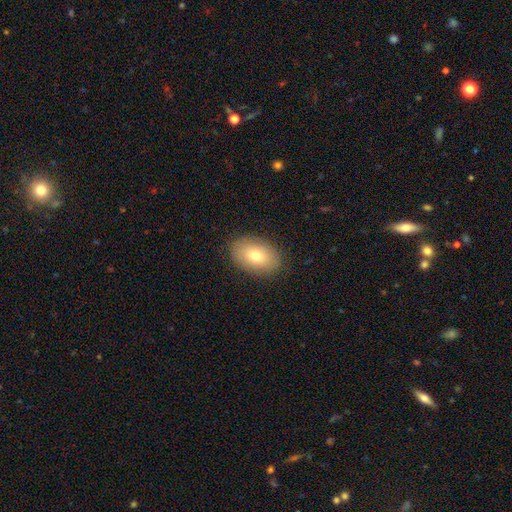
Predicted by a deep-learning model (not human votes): Smooth or featured? smooth (76%)
How rounded? in between (87%)
Merging? none (88%)